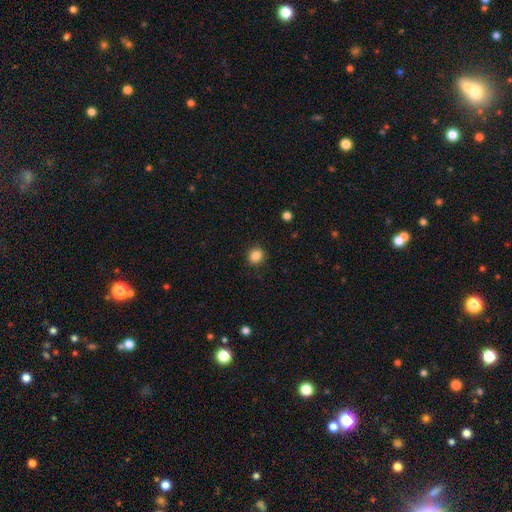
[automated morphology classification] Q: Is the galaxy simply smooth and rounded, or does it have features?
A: smooth — 86%.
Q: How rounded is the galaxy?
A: round — 83%.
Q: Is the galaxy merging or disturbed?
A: none — 90%.